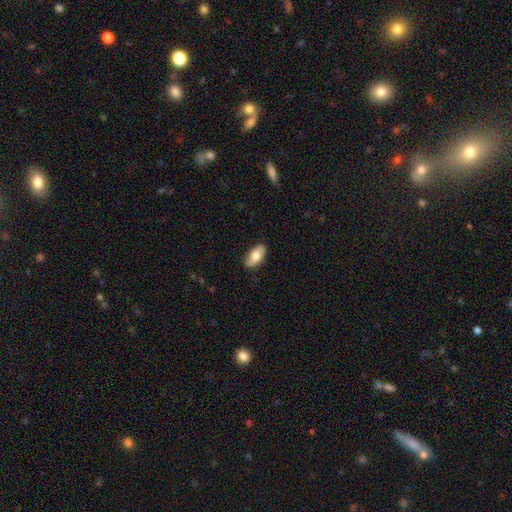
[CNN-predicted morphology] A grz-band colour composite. It shows a smooth galaxy with no disk features (73%) that is in between round and cigar-shaped (89%). Merging: none (85%).